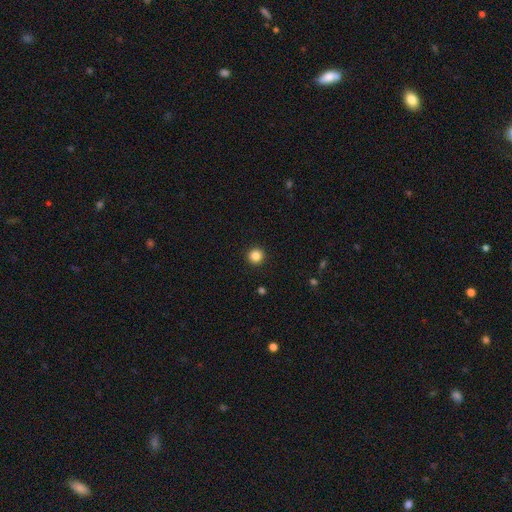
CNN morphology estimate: A smooth galaxy with no disk features (84%) that is round (95%).

Vote fractions:
- Smooth or featured? smooth: 84% / star or artifact: 11% / featured or disk: 4%
- How rounded? round: 95% / in between: 4% / cigar-shaped: 1%
- Merging? none: 93% / minor disturbance: 4% / major disturbance: 2% / merger: 1%